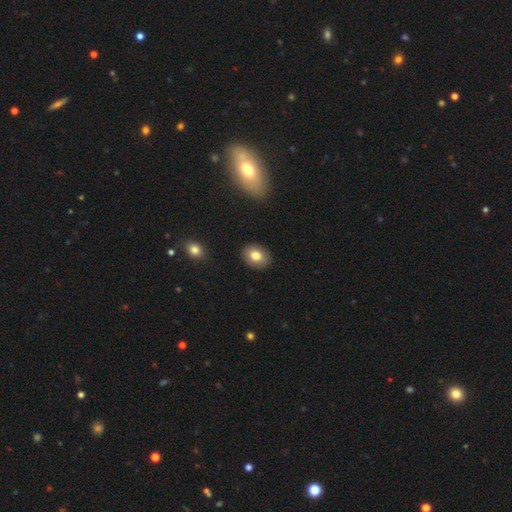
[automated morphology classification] Smooth or featured?
  - smooth: 81% *
  - featured or disk: 11%
  - star or artifact: 9%
How rounded?
  - in between: 62% *
  - round: 37%
  - cigar-shaped: 1%
Merging?
  - none: 89% *
  - minor disturbance: 8%
  - major disturbance: 2%
  - merger: 1%